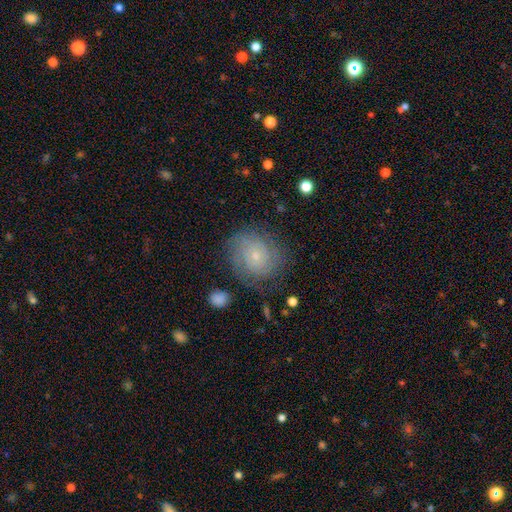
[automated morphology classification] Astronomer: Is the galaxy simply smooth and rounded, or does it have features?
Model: featured or disk — 65%.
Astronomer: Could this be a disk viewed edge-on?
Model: no — 97%.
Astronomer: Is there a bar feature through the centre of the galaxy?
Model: no — 77%.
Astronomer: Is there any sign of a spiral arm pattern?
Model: yes — 89%.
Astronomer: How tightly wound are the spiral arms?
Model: tight — 71%.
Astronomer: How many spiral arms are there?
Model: can't tell — 43% (runner-up: 2, 27%).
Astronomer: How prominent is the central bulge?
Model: small — 80%.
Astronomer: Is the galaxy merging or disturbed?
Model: none — 75%.